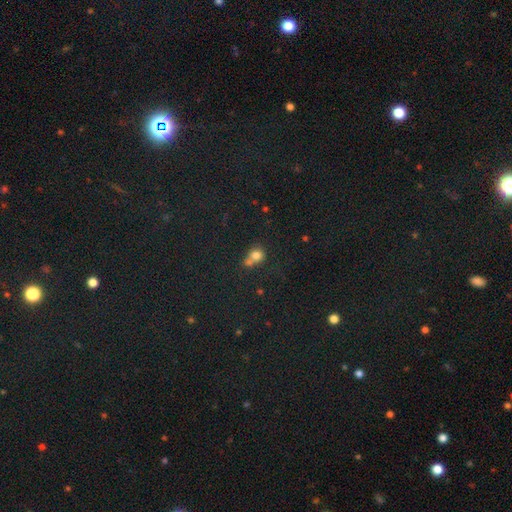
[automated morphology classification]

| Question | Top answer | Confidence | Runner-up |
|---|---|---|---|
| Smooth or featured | smooth | 74% | star or artifact (13%) |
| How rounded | round | 73% | in between (26%) |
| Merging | merger | 55% | none (30%) |